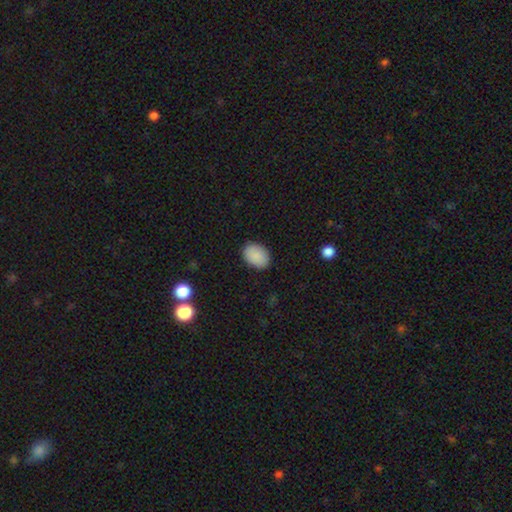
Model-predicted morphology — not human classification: This is clearly a smooth galaxy (89%). How rounded: likely in between (80%). Merging: clearly none (88%).